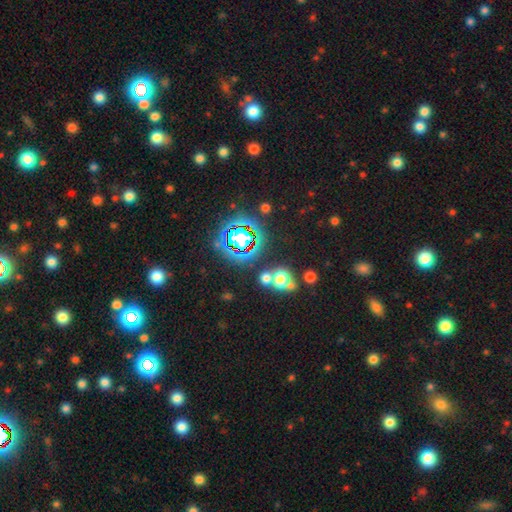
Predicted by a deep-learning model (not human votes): smooth_or_featured: star or artifact (p=0.75) [alt: smooth p=0.17]